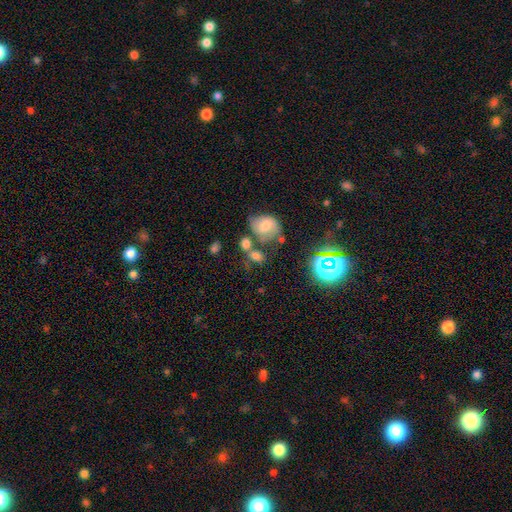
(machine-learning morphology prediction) Smooth or featured?
  - smooth: 65% *
  - star or artifact: 20%
  - featured or disk: 15%
How rounded?
  - in between: 52% *
  - round: 45%
  - cigar-shaped: 3%
Merging?
  - none: 40% *
  - merger: 37%
  - minor disturbance: 14%
  - major disturbance: 9%